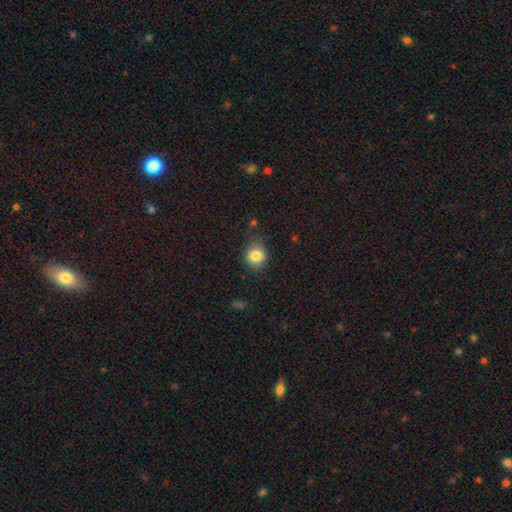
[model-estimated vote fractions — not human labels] smooth_or_featured: smooth (p=0.83) [alt: star or artifact p=0.10]
how_rounded: round (p=0.79) [alt: in between p=0.20]
merging: none (p=0.75) [alt: minor disturbance p=0.19]